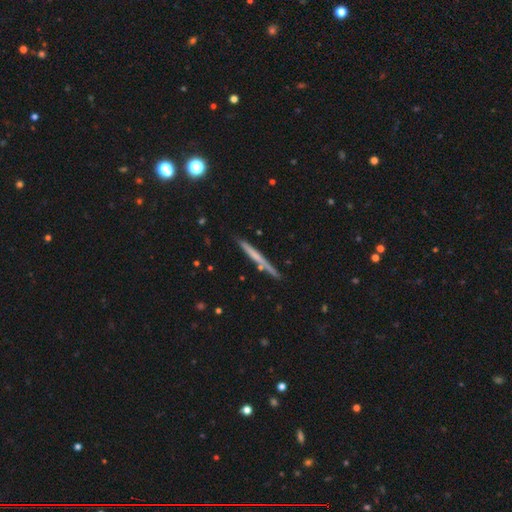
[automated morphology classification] A smooth galaxy with no disk features (47%, tied with featured or disk). Merging: none (85%).